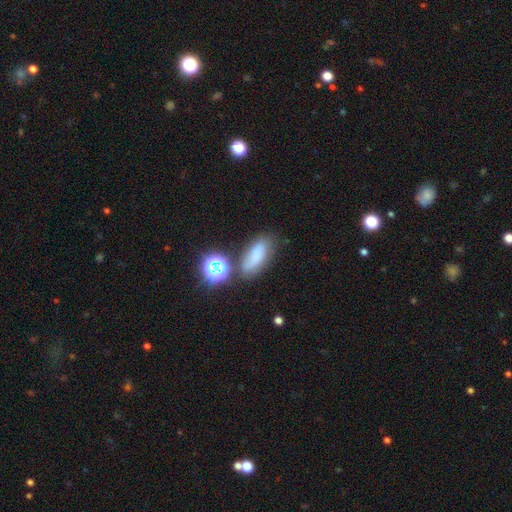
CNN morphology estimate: A smooth galaxy with no disk features (66%) that is in between round and cigar-shaped (73%).

Vote fractions:
- Smooth or featured? smooth: 66% / star or artifact: 19% / featured or disk: 15%
- How rounded? in between: 73% / cigar-shaped: 15% / round: 13%
- Merging? none: 62% / minor disturbance: 18% / merger: 13% / major disturbance: 7%